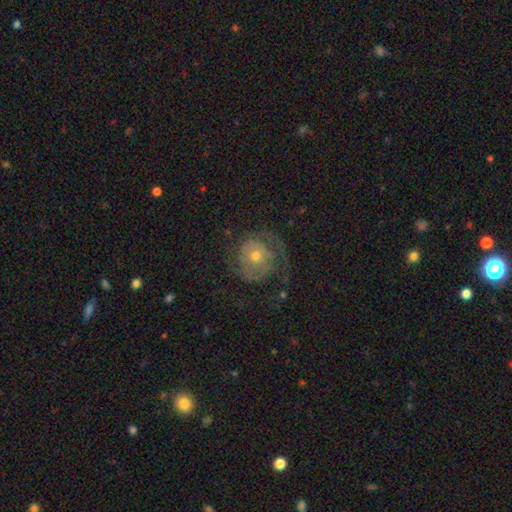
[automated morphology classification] Q: Smooth or featured?
A: featured or disk (68%); runner-up: smooth (23%)
Q: Edge-on disk?
A: no (97%); runner-up: yes (3%)
Q: Bar?
A: no (80%); runner-up: weak (16%)
Q: Spiral arms?
A: yes (80%); runner-up: no (20%)
Q: Spiral winding?
A: tight (53%); runner-up: medium (33%)
Q: Spiral arm count?
A: 2 (42%); runner-up: can't tell (29%)
Q: Bulge size?
A: moderate (52%); runner-up: small (43%)
Q: Merging?
A: none (61%); runner-up: major disturbance (20%)